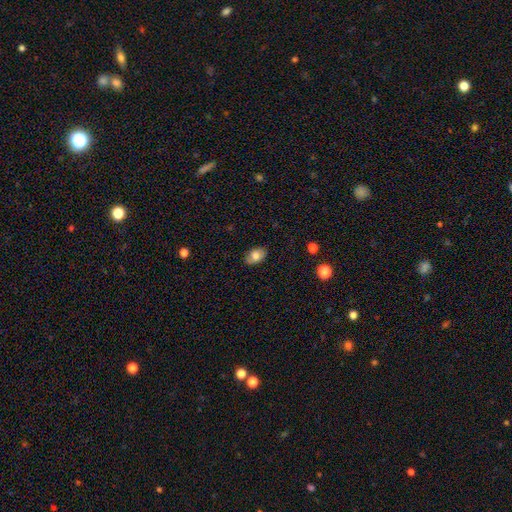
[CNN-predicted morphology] Overall: smooth (79%). How rounded: in between (88%). Merging: none (85%).